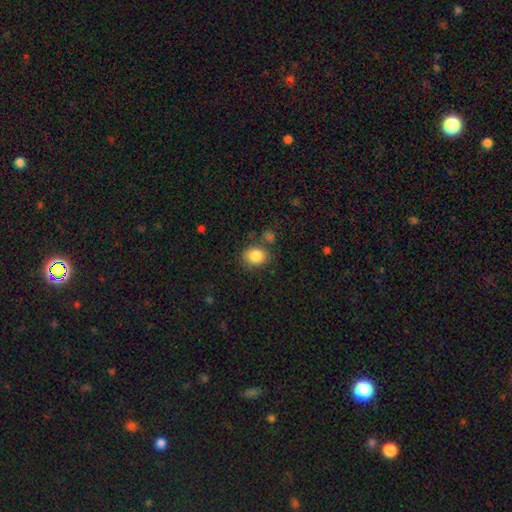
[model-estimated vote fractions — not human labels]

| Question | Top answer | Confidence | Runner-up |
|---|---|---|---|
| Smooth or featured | smooth | 86% | star or artifact (9%) |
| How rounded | round | 59% | in between (40%) |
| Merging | none | 72% | minor disturbance (14%) |